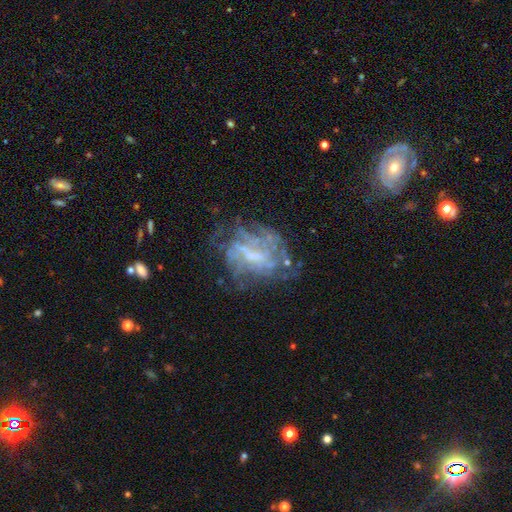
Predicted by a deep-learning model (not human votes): Smooth or featured? Predicted: featured or disk (p=0.72). Edge-on disk? Predicted: no (p=0.95). Bar? Predicted: weak (p=0.43). Spiral arms? Predicted: yes (p=0.54). Bulge size? Predicted: small (p=0.40). Merging? Predicted: none (p=0.54).